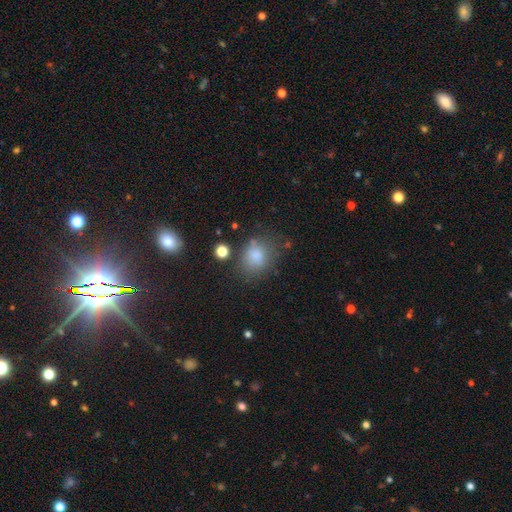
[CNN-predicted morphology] Smooth or featured: smooth — 78% (star or artifact — 12%)
How rounded: round — 57% (in between — 42%)
Merging: none — 61% (minor disturbance — 22%)